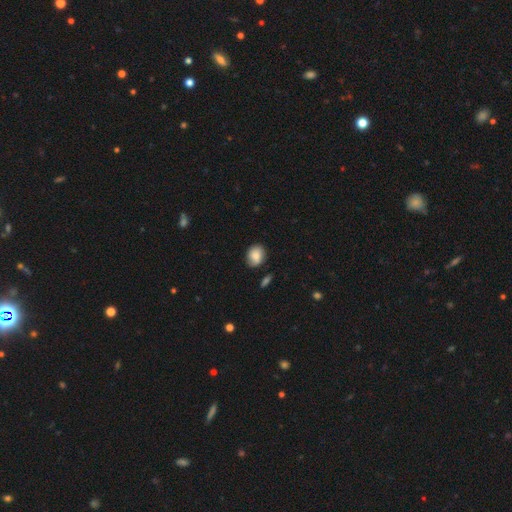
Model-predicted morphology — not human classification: Smooth or featured? Predicted: smooth (p=0.77). How rounded? Predicted: round (p=0.56). Merging? Predicted: none (p=0.74).